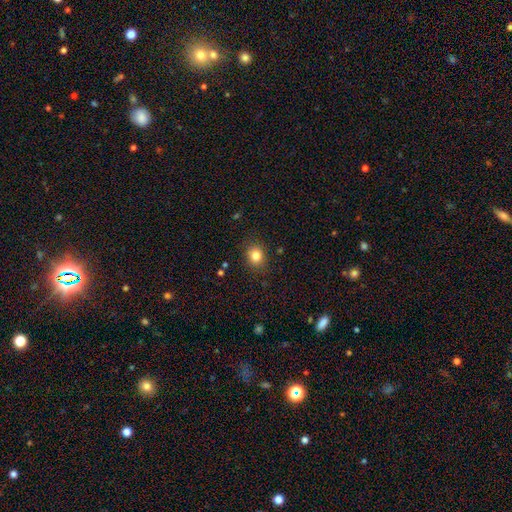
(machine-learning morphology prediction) Smooth or featured? Predicted: smooth (p=0.82). How rounded? Predicted: round (p=0.67). Merging? Predicted: none (p=0.86).